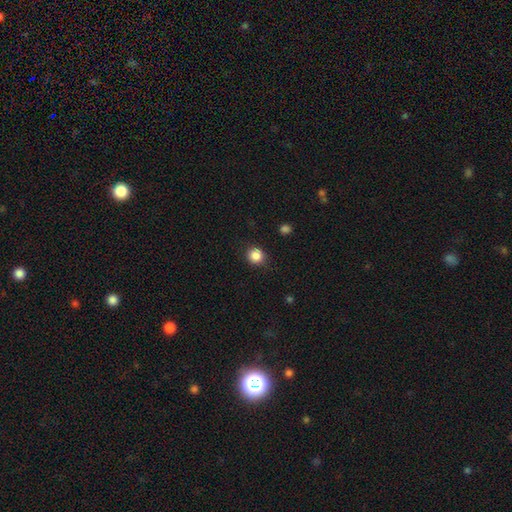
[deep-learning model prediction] This appears to be a smooth galaxy with no disk features (86%) that is round (87%). Merging: none (86%).